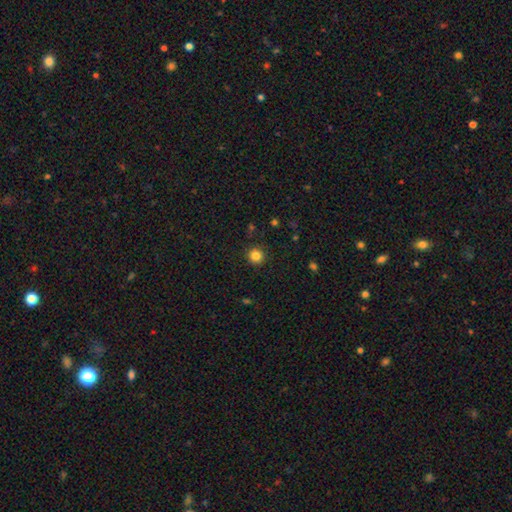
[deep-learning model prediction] The model was most divided on "smooth or featured": smooth: 84%, star or artifact: 12%, featured or disk: 4%. More confident: how rounded — round (93%); merging — none (90%).